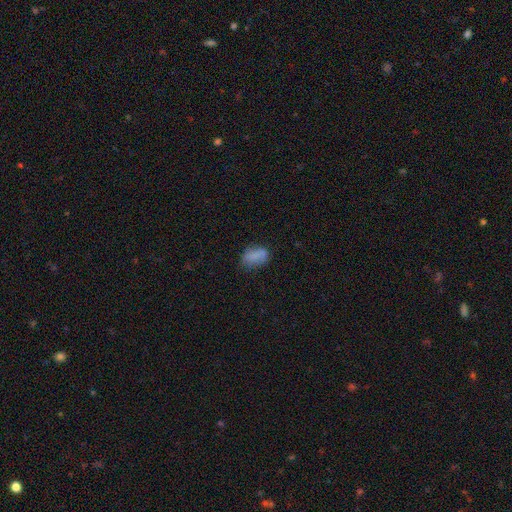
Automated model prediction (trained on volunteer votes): This is likely a smooth galaxy (76%). How rounded: clearly in between (87%). Merging: likely none (61%).